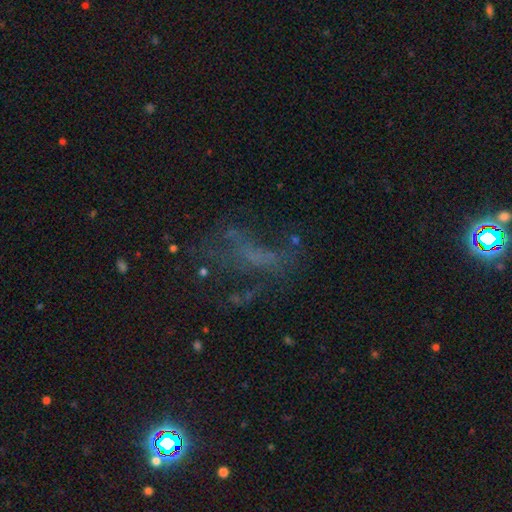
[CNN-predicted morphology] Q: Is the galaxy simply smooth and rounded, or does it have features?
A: featured or disk — 41%.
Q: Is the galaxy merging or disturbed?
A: none — 44%.